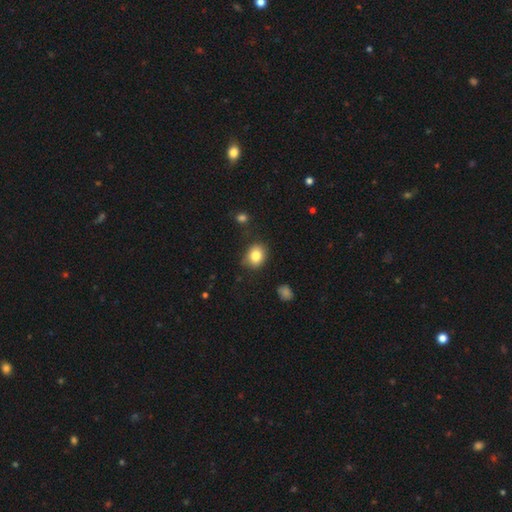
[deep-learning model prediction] smooth-or-featured: smooth: 82% | star or artifact: 10% | featured or disk: 8%
  how-rounded: round: 55% | in between: 44% | cigar-shaped: 1%
  merging: none: 78% | minor disturbance: 16% | major disturbance: 4% | merger: 2%